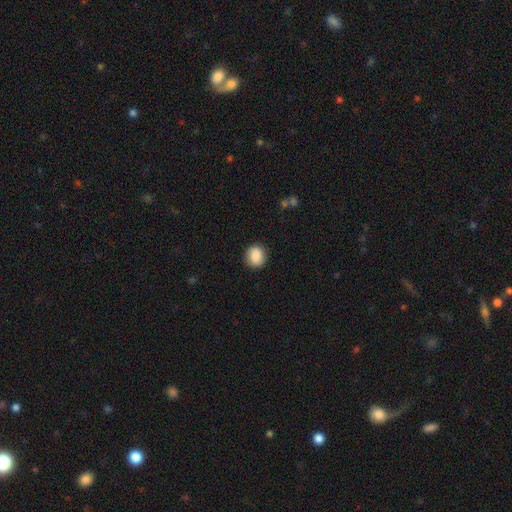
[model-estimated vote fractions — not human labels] Smooth or featured: smooth — 87% (star or artifact — 7%)
How rounded: round — 83% (in between — 16%)
Merging: none — 87% (minor disturbance — 9%)